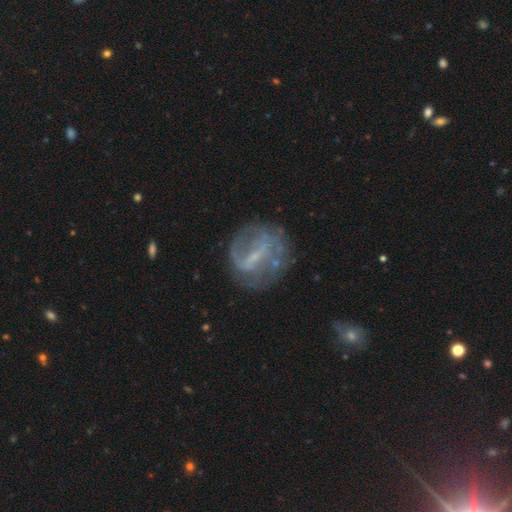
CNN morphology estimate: A featured or disk galaxy (69%) with a weak bar (42%), spiral arms (58%) and a small central bulge (58%).

Vote fractions:
- Smooth or featured? featured or disk: 69% / smooth: 21% / star or artifact: 10%
- Edge-on disk? no: 95% / yes: 5%
- Bar? weak: 42% / strong: 39% / no: 19%
- Spiral arms? yes: 58% / no: 42%
- Bulge size? small: 58% / none: 26% / moderate: 14% / large: 1% / dominant: 1%
- Merging? none: 60% / minor disturbance: 20% / major disturbance: 17% / merger: 3%